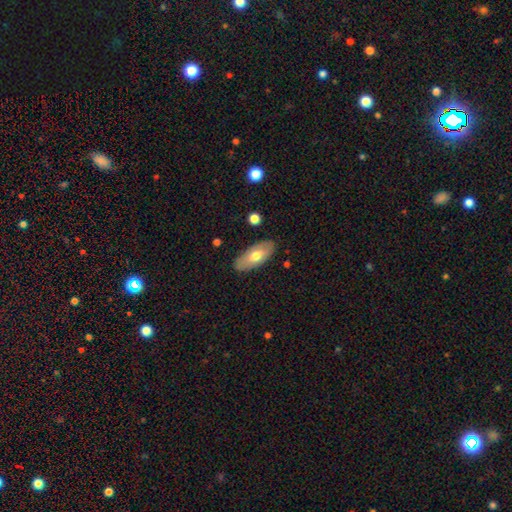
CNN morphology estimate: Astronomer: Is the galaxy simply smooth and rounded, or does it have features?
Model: smooth — 62%.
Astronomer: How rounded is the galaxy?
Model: in between — 88%.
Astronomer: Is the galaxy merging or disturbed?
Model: none — 86%.